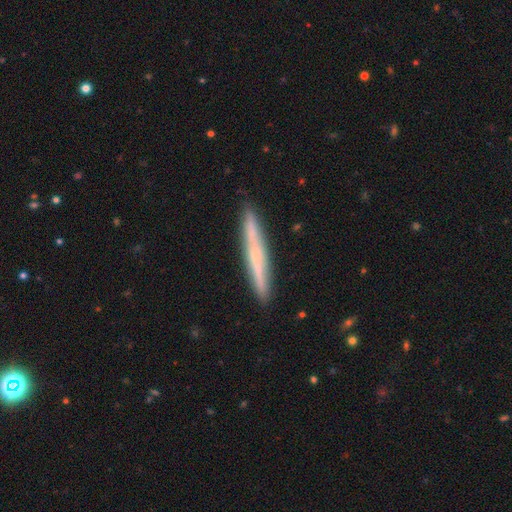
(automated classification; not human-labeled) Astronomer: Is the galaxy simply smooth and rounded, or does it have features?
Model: featured or disk — 48% (runner-up: smooth, 46%).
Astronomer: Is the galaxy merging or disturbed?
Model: none — 90%.